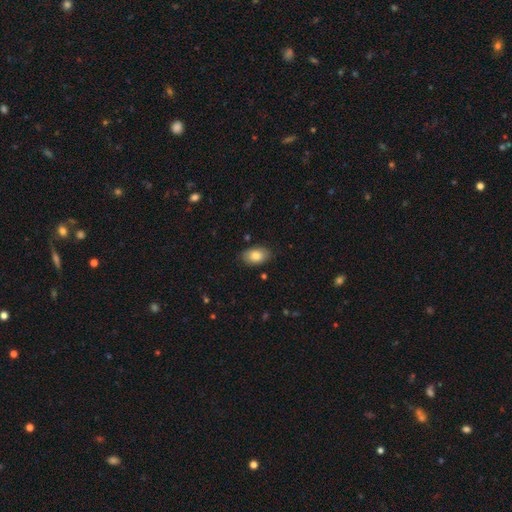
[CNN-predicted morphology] The model was most divided on "merging": none: 83%, minor disturbance: 13%, major disturbance: 2%, merger: 1%. More confident: how rounded — in between (91%); smooth or featured — smooth (82%).